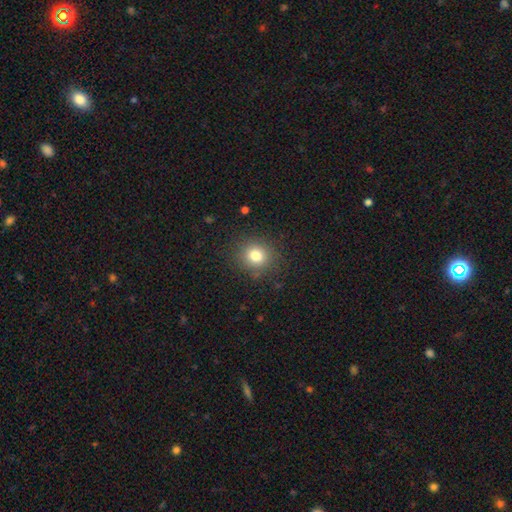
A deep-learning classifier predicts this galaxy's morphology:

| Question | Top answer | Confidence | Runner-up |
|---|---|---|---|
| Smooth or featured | smooth | 80% | star or artifact (13%) |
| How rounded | round | 85% | in between (14%) |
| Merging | none | 87% | minor disturbance (9%) |